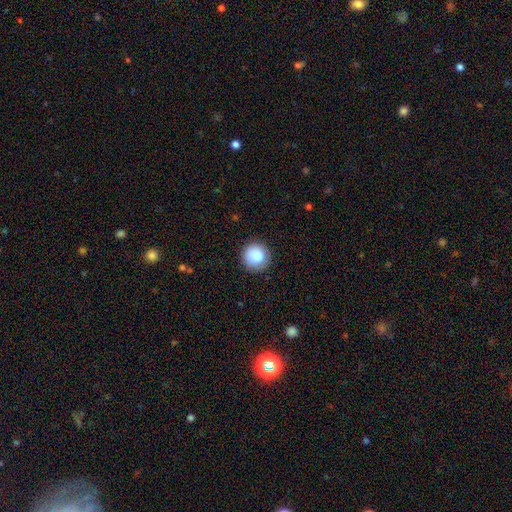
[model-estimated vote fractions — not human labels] Smooth or featured?
  - smooth: 87% *
  - star or artifact: 8%
  - featured or disk: 5%
How rounded?
  - round: 95% *
  - in between: 4%
  - cigar-shaped: 1%
Merging?
  - none: 88% *
  - minor disturbance: 9%
  - major disturbance: 2%
  - merger: 1%